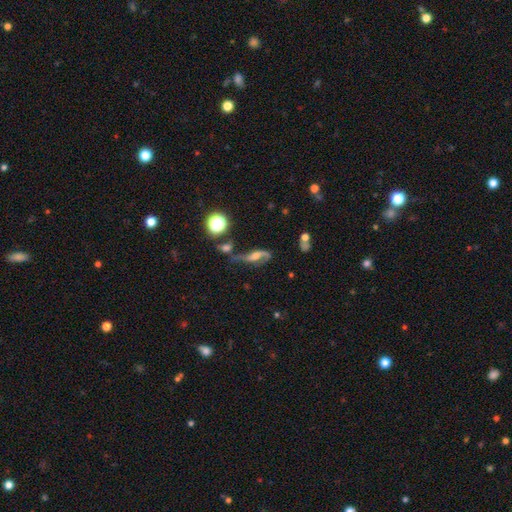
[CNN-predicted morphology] Smooth or featured? featured or disk (74%)
Edge-on disk? no (88%)
Bar? no (46%)
Spiral arms? yes (90%)
Spiral winding? loose (77%)
Spiral arm count? 2 (86%)
Bulge size? moderate (48%)
Merging? none (45%)